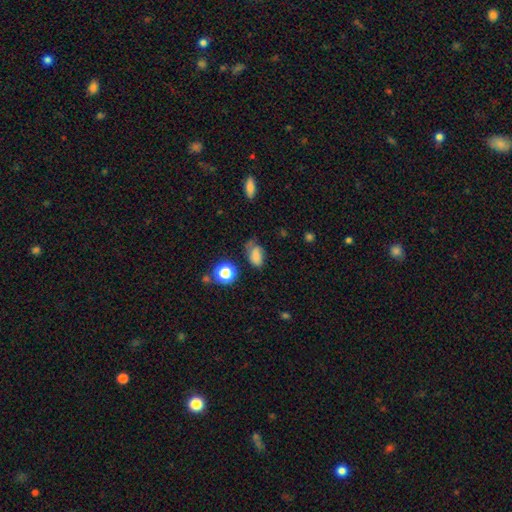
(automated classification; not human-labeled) Overall: smooth (72%). How rounded: in between (85%). Merging: none (45%; minor disturbance 33%).